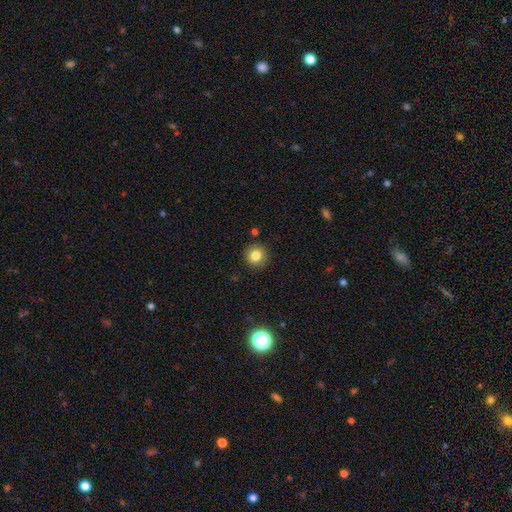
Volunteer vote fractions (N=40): Morphology: type=smooth (80%); roundness=round (97%); merging=none (83%).